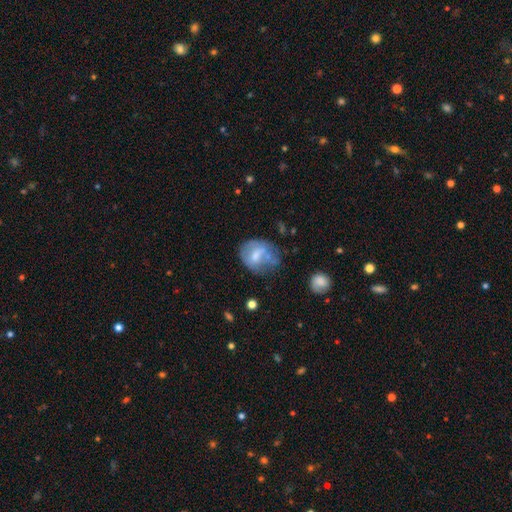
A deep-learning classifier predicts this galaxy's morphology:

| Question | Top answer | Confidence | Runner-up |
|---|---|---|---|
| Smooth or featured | smooth | 50% | featured or disk (41%) |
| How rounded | in between | 52% | round (47%) |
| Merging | none | 35% | minor disturbance (29%) |